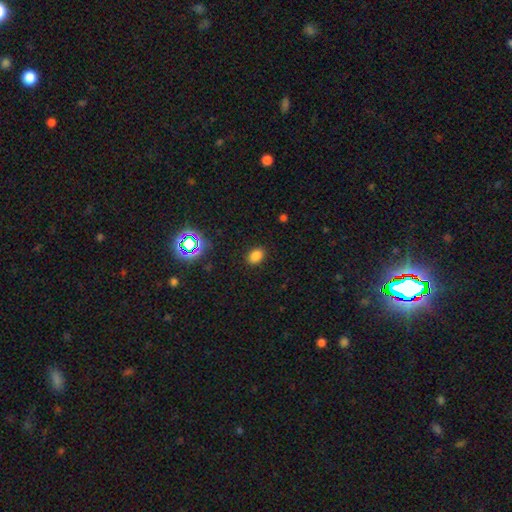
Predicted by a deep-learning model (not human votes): Smooth or featured?
  - smooth: 80% *
  - star or artifact: 16%
  - featured or disk: 4%
How rounded?
  - in between: 73% *
  - round: 26%
  - cigar-shaped: 1%
Merging?
  - none: 88% *
  - minor disturbance: 8%
  - major disturbance: 3%
  - merger: 1%